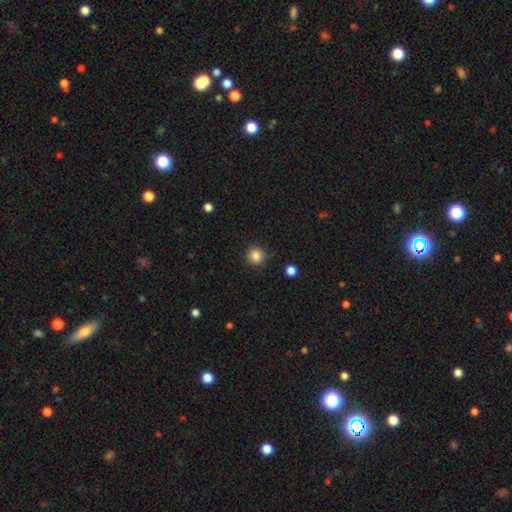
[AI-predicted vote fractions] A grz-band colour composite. It shows a smooth galaxy with no disk features (86%) that is round (94%). Merging: none (90%).